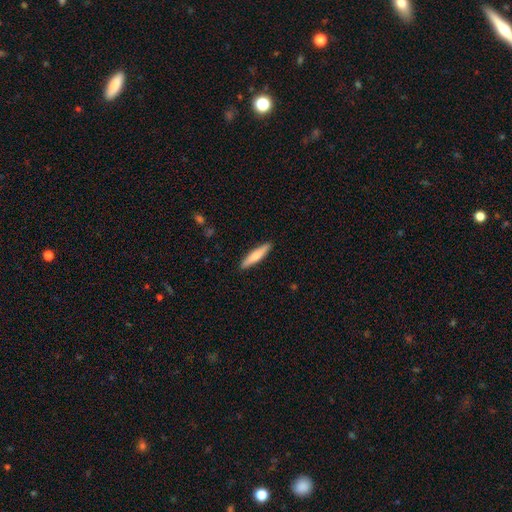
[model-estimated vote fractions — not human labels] smooth-or-featured: smooth: 73% | featured or disk: 22% | star or artifact: 5%
  how-rounded: cigar-shaped: 86% | in between: 12% | round: 1%
  merging: none: 91% | minor disturbance: 7% | major disturbance: 1% | merger: 1%